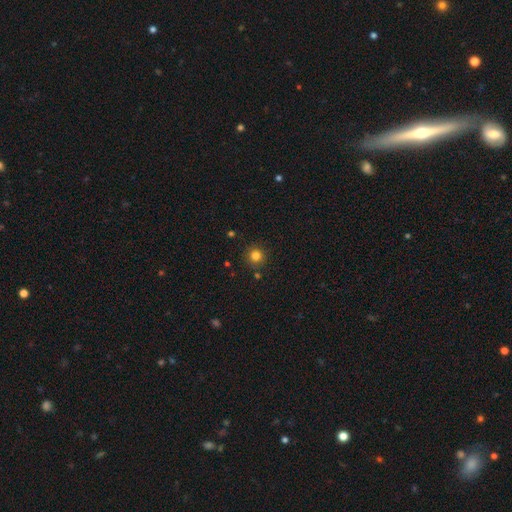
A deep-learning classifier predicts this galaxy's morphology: Smooth or featured: smooth — 81% (star or artifact — 14%)
How rounded: round — 94% (in between — 5%)
Merging: none — 88% (minor disturbance — 7%)